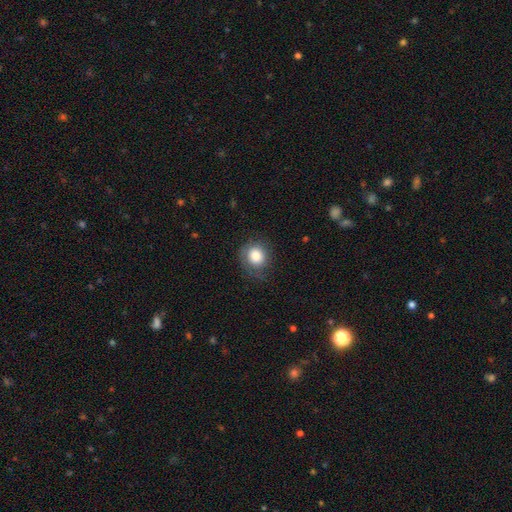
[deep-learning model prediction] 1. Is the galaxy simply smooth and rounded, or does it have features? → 79% smooth, 13% featured or disk, 8% star or artifact.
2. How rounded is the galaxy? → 81% round, 18% in between, 1% cigar-shaped.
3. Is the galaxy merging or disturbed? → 69% none, 21% minor disturbance, 9% major disturbance, 1% merger.